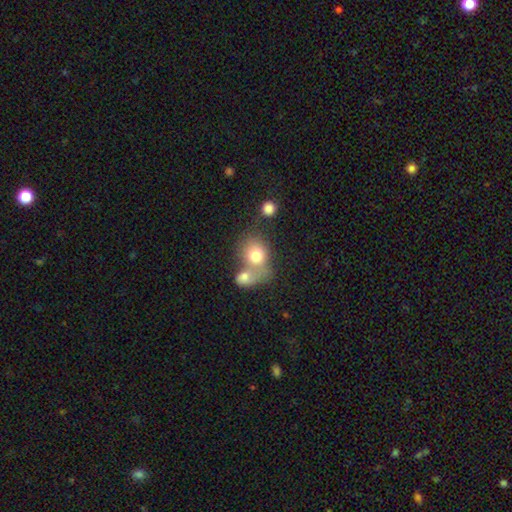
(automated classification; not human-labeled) This appears to be a smooth galaxy with no disk features (74%) that is round (62%). Merging: merger (58%).